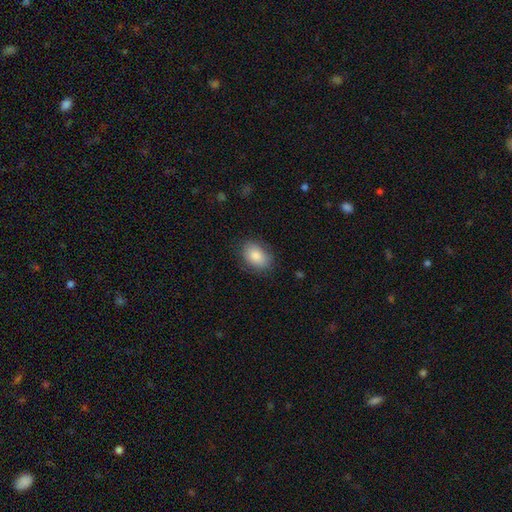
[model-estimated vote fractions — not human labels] Morphology: type=smooth (85%); roundness=in between (81%); merging=none (81%).